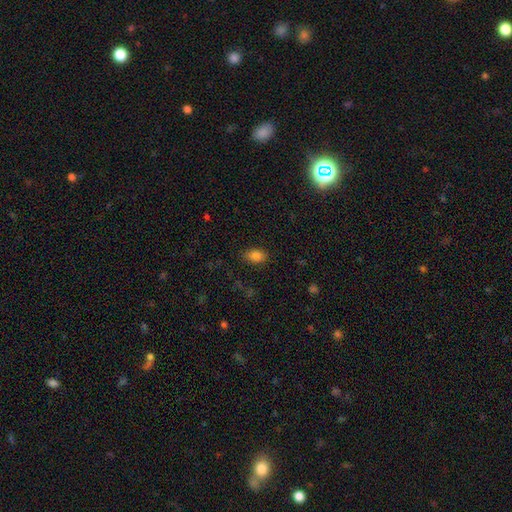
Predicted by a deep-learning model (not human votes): Overall: smooth (84%). How rounded: in between (88%). Merging: none (85%).